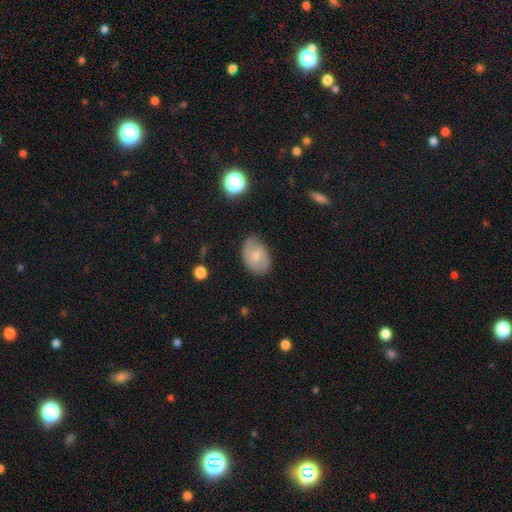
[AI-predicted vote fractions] smooth-or-featured: smooth: 47% | featured or disk: 46% | star or artifact: 8%
  merging: none: 71% | minor disturbance: 21% | major disturbance: 6% | merger: 2%